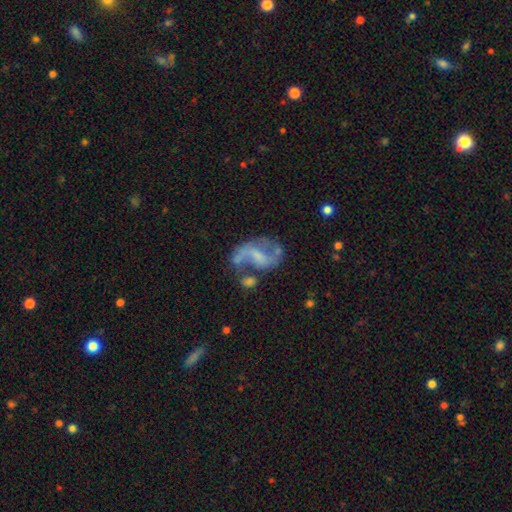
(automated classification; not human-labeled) Overall: featured or disk (78%). Edge-on disk: no (97%). Bar: weak (45%; no 32%). Spiral arms: yes (84%). Spiral arm count: 2 (84%). Spiral winding: loose (64%; medium 29%). Bulge size: none (39%; small 38%). Merging: none (42%; major disturbance 22%).